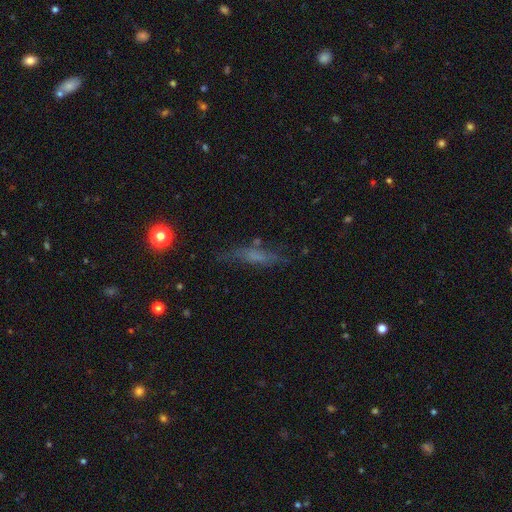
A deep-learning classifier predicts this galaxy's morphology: This appears to be a smooth galaxy with no disk features (46%). Merging: none (64%).